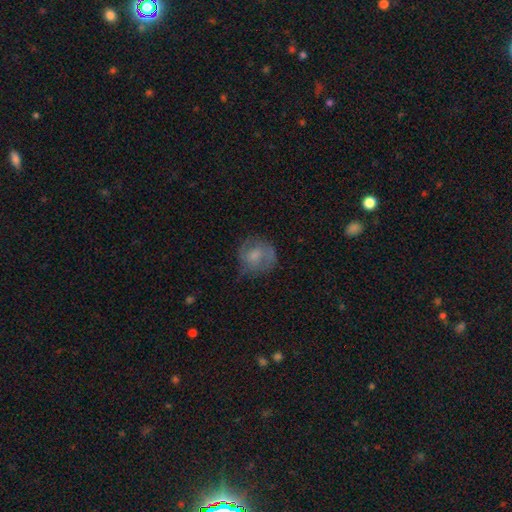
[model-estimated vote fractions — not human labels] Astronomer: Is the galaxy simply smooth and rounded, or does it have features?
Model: smooth — 53% (runner-up: featured or disk, 38%).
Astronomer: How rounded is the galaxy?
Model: round — 79%.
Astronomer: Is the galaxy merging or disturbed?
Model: none — 61%.